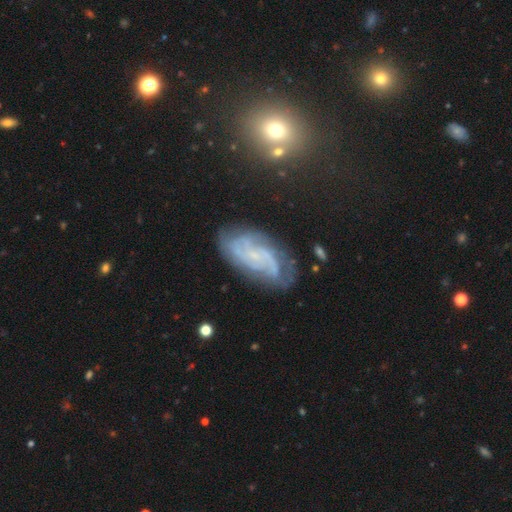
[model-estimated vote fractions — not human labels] Smooth or featured? featured or disk (82%)
Edge-on disk? no (96%)
Bar? no (62%)
Spiral arms? yes (95%)
Spiral winding? tight (47%)
Spiral arm count? can't tell (27%)
Bulge size? small (75%)
Merging? none (69%)